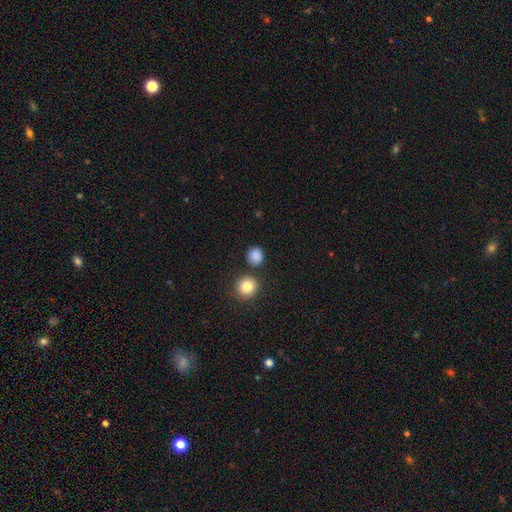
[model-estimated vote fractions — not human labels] Smooth or featured? Predicted: smooth (p=0.86). How rounded? Predicted: round (p=0.84). Merging? Predicted: none (p=0.81).